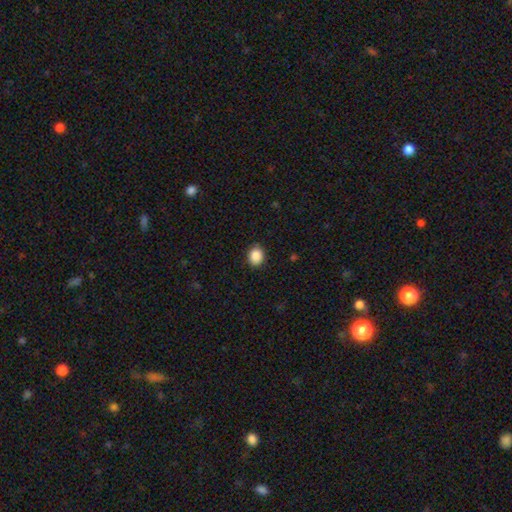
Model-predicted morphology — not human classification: Overall: smooth (88%). How rounded: round (67%; in between 32%). Merging: none (89%).